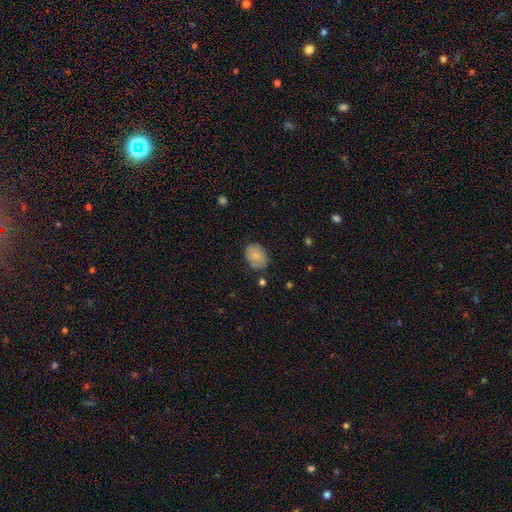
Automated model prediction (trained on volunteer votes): A smooth galaxy with no disk features (81%) that is in between round and cigar-shaped (72%). Merging: none (76%).